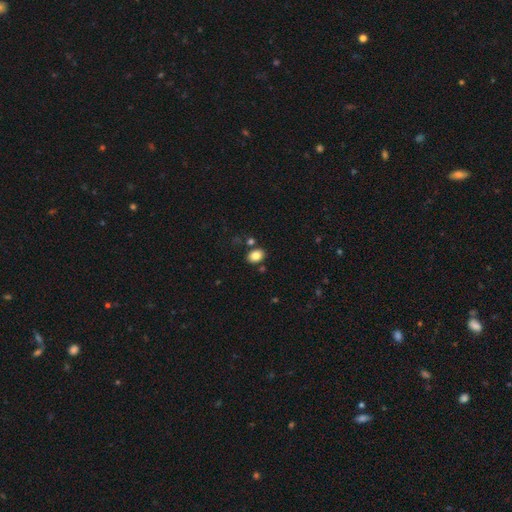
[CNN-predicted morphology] Overall: smooth (83%). How rounded: in between (71%). Merging: none (80%).